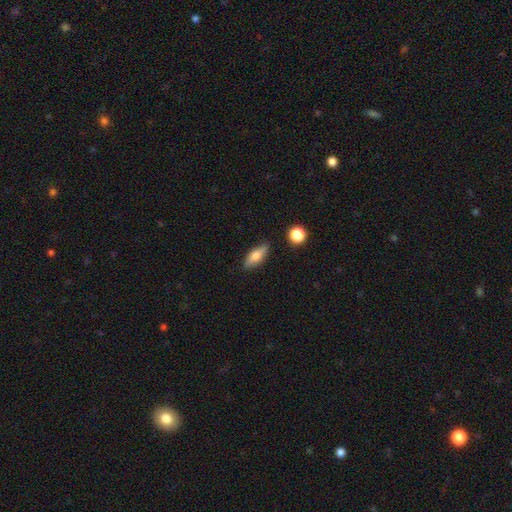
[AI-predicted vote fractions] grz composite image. It shows a smooth galaxy with no disk features (66%) that is in between round and cigar-shaped (65%). Merging: none (84%).